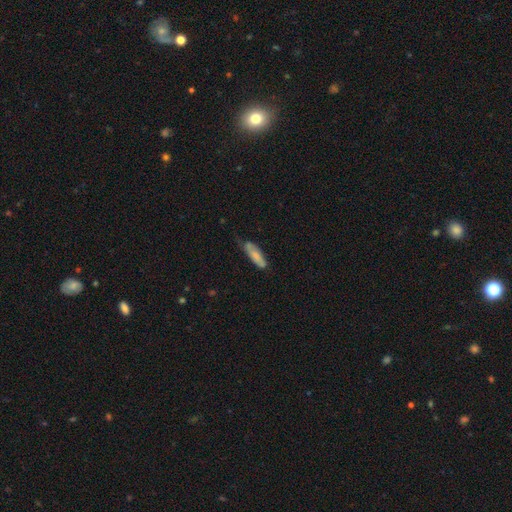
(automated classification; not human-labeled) Smooth or featured? Predicted: smooth (p=0.71). How rounded? Predicted: cigar-shaped (p=0.56). Merging? Predicted: none (p=0.50).